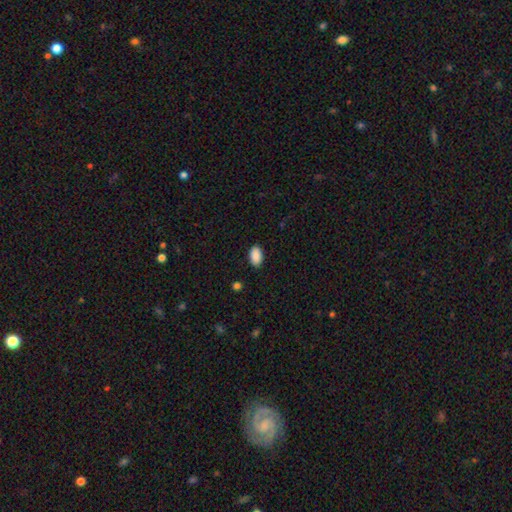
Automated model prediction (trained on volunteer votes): smooth-or-featured: smooth: 90% | star or artifact: 7% | featured or disk: 3%
  how-rounded: in between: 93% | round: 5% | cigar-shaped: 1%
  merging: none: 88% | minor disturbance: 9% | major disturbance: 2% | merger: 1%